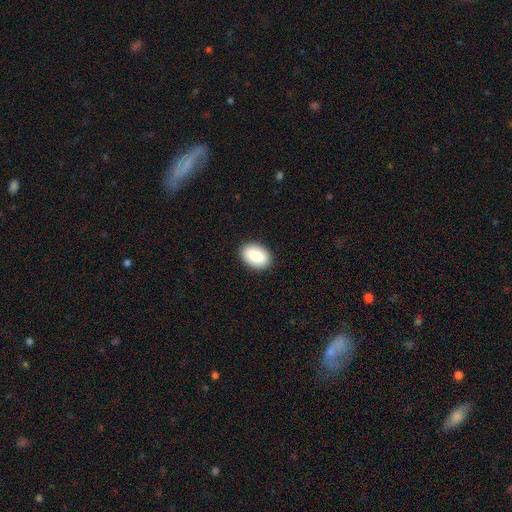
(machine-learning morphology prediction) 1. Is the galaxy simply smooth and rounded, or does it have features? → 85% smooth, 8% featured or disk, 7% star or artifact.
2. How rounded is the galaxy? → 83% in between, 16% round, 1% cigar-shaped.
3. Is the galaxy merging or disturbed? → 90% none, 7% minor disturbance, 2% major disturbance, 1% merger.